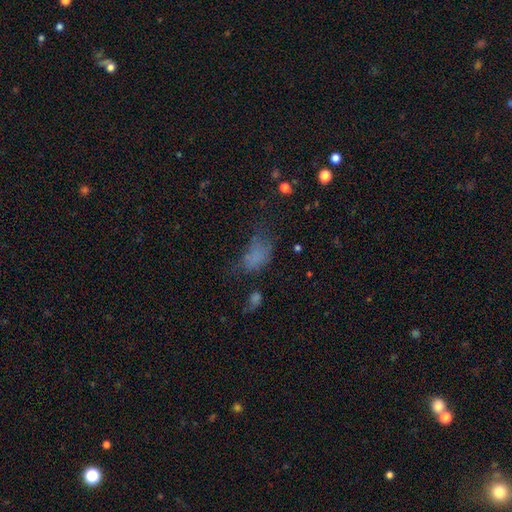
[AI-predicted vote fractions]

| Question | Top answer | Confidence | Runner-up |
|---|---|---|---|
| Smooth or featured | smooth | 60% | star or artifact (21%) |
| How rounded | in between | 85% | round (11%) |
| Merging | major disturbance | 42% | none (28%) |